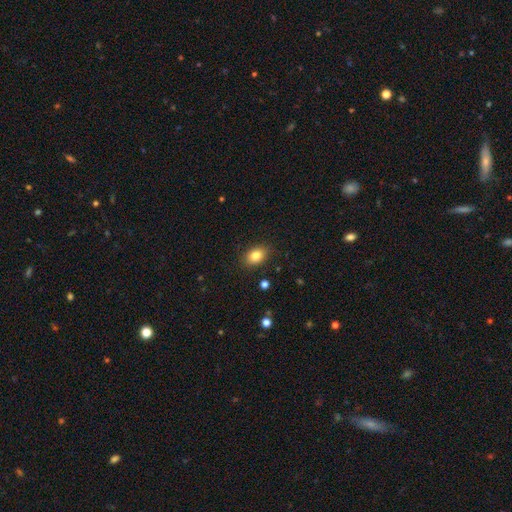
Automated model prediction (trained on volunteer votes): Overall: smooth (83%). How rounded: in between (73%). Merging: none (87%).